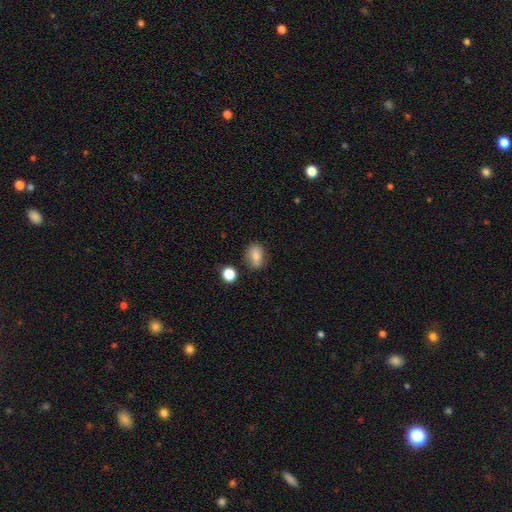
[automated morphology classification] A smooth galaxy with no disk features (79%) that is in between round and cigar-shaped (67%).

Vote fractions:
- Smooth or featured? smooth: 79% / featured or disk: 12% / star or artifact: 10%
- How rounded? in between: 67% / round: 30% / cigar-shaped: 2%
- Merging? none: 76% / minor disturbance: 16% / merger: 5% / major disturbance: 4%